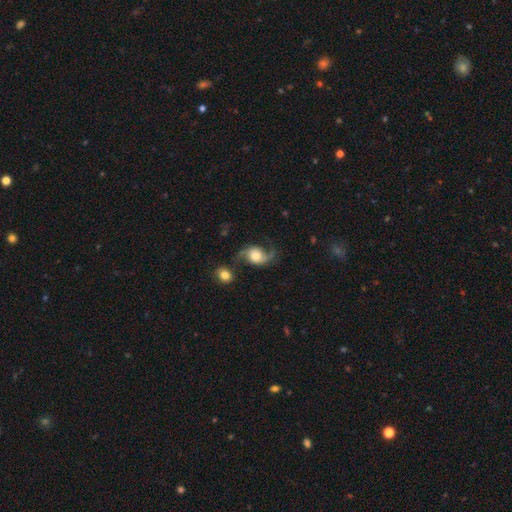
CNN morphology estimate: A featured or disk galaxy (77%) with no bar (69%), 2 (91%) loose (64%) spiral arms (95%) and a large central bulge (42%).

Vote fractions:
- Smooth or featured? featured or disk: 77% / smooth: 15% / star or artifact: 7%
- Edge-on disk? no: 97% / yes: 3%
- Bar? no: 69% / weak: 26% / strong: 5%
- Spiral arms? yes: 95% / no: 5%
- Spiral winding? loose: 64% / medium: 29% / tight: 7%
- Spiral arm count? 2: 91% / 1: 4% / can't tell: 2% / 3: 1% / 4: 1% / more than 4: 1%
- Bulge size? large: 42% / moderate: 31% / small: 11% / dominant: 10% / none: 5%
- Merging? none: 62% / minor disturbance: 19% / major disturbance: 13% / merger: 6%